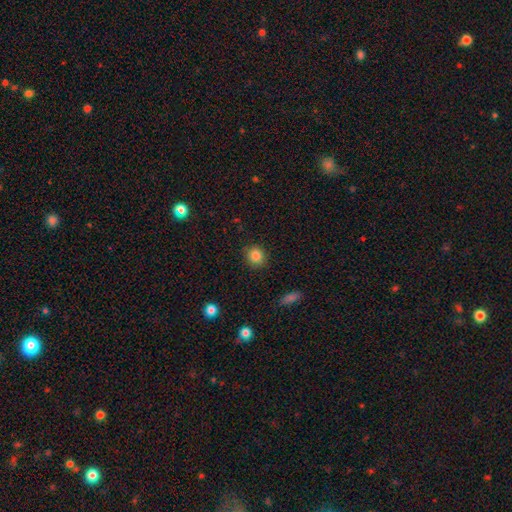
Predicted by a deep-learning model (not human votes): This appears to be a smooth galaxy with no disk features (85%) that is round (85%). Merging: none (86%).